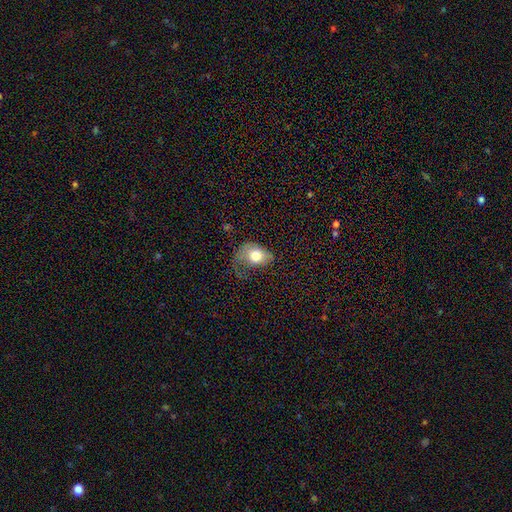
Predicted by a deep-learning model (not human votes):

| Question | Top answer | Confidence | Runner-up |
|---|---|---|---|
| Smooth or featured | smooth | 72% | featured or disk (20%) |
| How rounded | in between | 70% | round (29%) |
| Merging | major disturbance | 42% | minor disturbance (31%) |